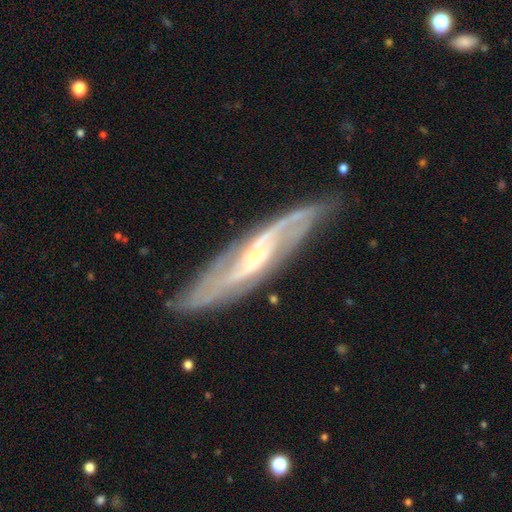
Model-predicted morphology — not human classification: This is clearly a featured or disk galaxy (86%). It is likely not viewed edge-on (74%). Bar: marginally weak (44%). Spiral arm pattern: clearly yes (95%). Spiral arm count: likely 2 (70%). Spiral winding: marginally medium (42%). Central bulge: likely small (64%). Merging: likely none (79%).